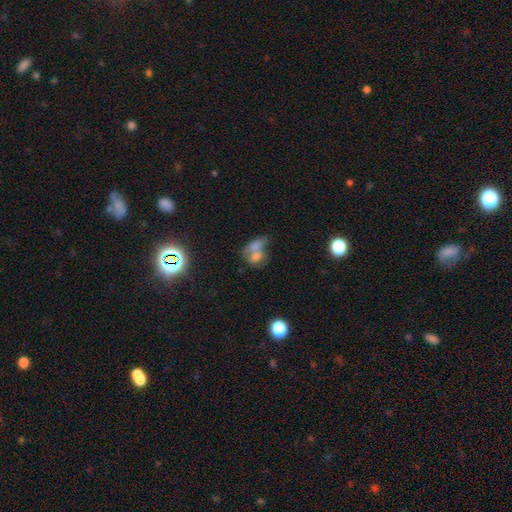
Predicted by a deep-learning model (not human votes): A smooth galaxy with no disk features (62%) that is in between round and cigar-shaped (64%). Merging: merger (62%).